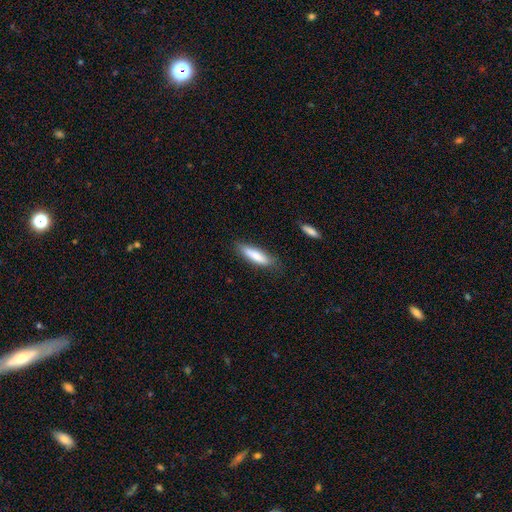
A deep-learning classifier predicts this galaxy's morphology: The model was most divided on "how rounded": cigar-shaped: 68%, in between: 30%, round: 1%. More confident: smooth or featured — smooth (81%); merging — none (78%).